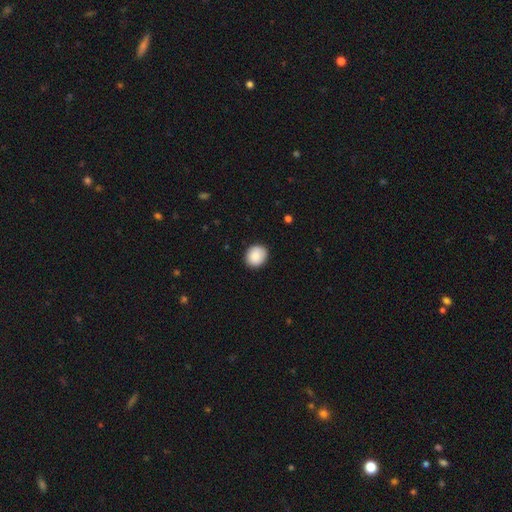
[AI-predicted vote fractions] Morphology: type=smooth (88%); roundness=round (74%); merging=none (88%).